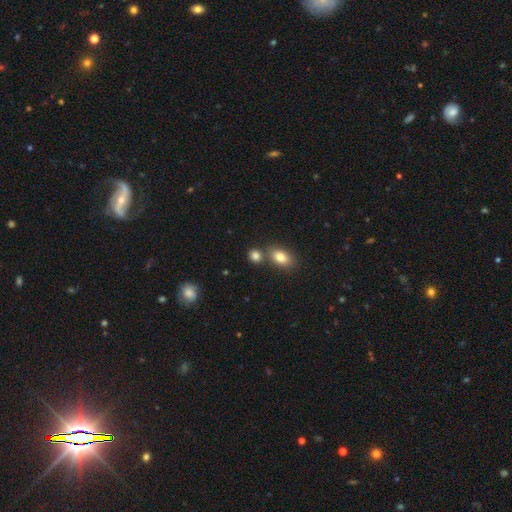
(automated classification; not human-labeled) Smooth or featured: smooth — 83% (star or artifact — 11%)
How rounded: round — 54% (in between — 44%)
Merging: none — 61% (merger — 25%)